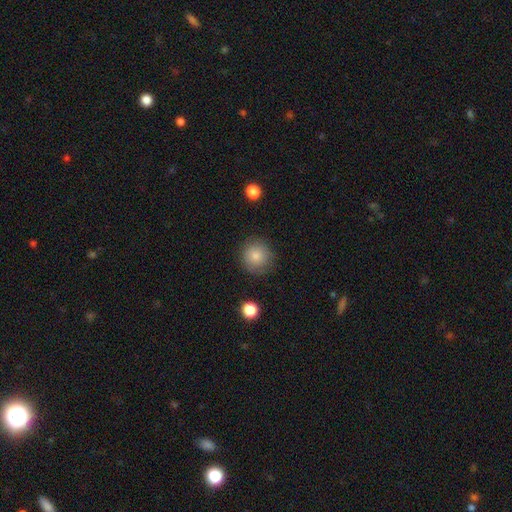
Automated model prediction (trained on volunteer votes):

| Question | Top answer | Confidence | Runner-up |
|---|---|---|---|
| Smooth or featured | smooth | 83% | star or artifact (9%) |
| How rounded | round | 93% | in between (6%) |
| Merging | none | 84% | minor disturbance (11%) |